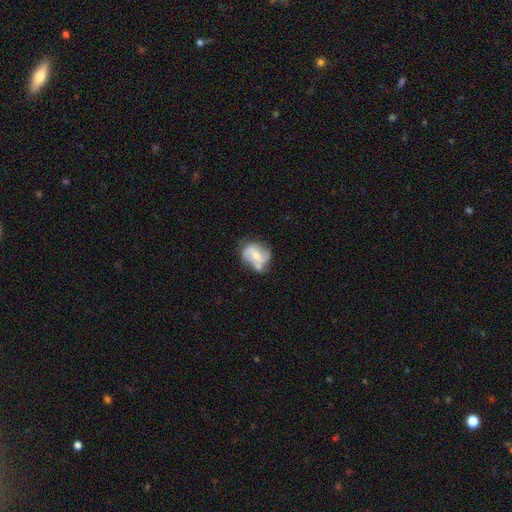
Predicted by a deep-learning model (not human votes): Smooth or featured? Predicted: featured or disk (p=0.62). Edge-on disk? Predicted: no (p=0.97). Bar? Predicted: weak (p=0.42). Spiral arms? Predicted: yes (p=0.68). Bulge size? Predicted: moderate (p=0.46). Merging? Predicted: none (p=0.39).